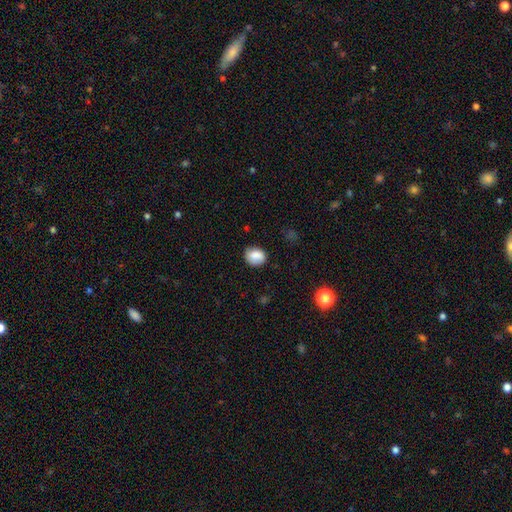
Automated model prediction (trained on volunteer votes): Smooth or featured?
  - smooth: 82% *
  - featured or disk: 10%
  - star or artifact: 9%
How rounded?
  - round: 58% *
  - in between: 41%
  - cigar-shaped: 1%
Merging?
  - none: 76% *
  - minor disturbance: 18%
  - major disturbance: 4%
  - merger: 2%